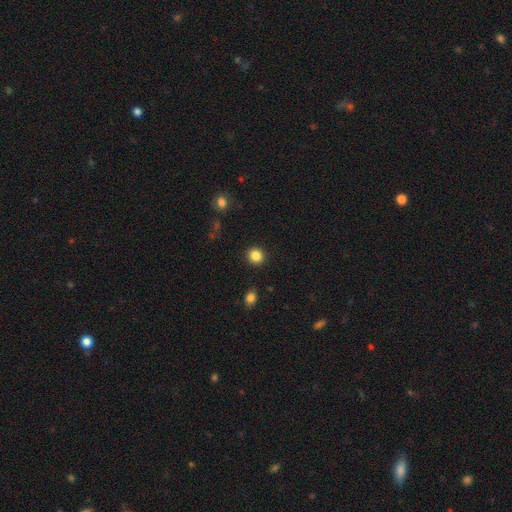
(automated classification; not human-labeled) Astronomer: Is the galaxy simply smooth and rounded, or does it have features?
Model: smooth — 85%.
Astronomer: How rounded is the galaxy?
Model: round — 89%.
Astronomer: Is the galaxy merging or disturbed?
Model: none — 91%.